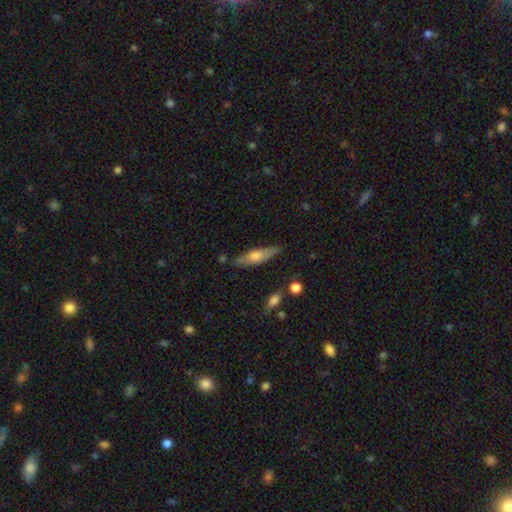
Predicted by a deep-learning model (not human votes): The model was most divided on "smooth or featured": smooth: 53%, featured or disk: 41%, star or artifact: 6%. More confident: merging — none (79%); how rounded — cigar-shaped (62%).